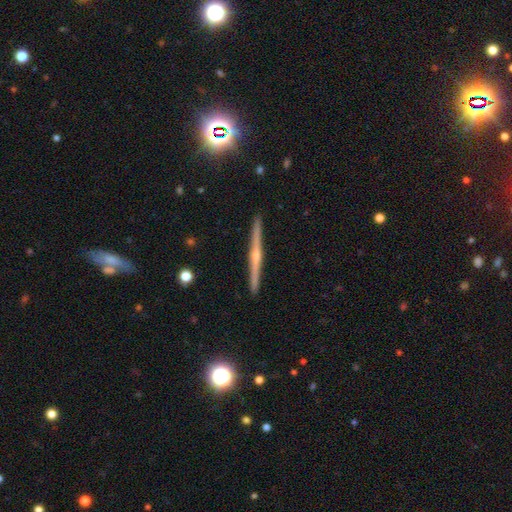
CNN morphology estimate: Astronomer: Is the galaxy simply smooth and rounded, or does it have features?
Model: featured or disk — 79%.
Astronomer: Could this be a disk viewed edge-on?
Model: yes — 98%.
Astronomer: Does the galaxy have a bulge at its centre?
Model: rounded — 82%.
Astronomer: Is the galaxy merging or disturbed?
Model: none — 93%.